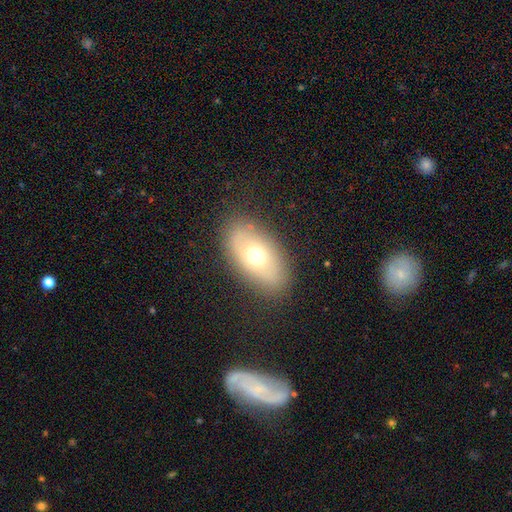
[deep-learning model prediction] Morphology: type=smooth (61%); roundness=in between (89%); merging=none (82%).